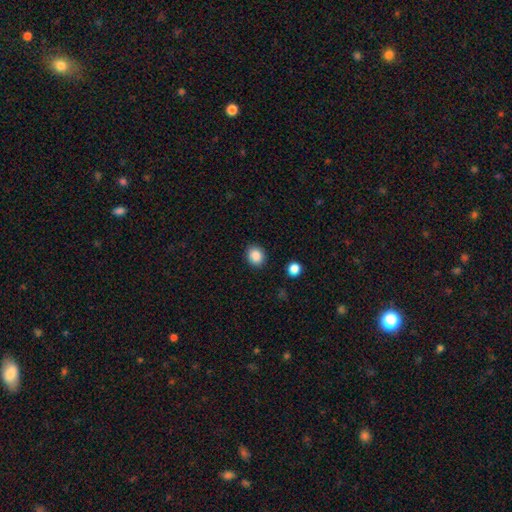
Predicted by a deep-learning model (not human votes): Smooth or featured? smooth (87%)
How rounded? round (64%)
Merging? none (88%)